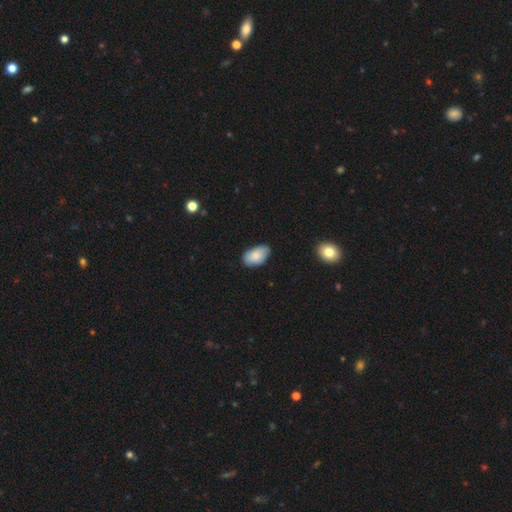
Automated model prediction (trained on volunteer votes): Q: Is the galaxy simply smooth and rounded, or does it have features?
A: smooth — 82%.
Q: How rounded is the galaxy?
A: in between — 94%.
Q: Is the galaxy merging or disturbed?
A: none — 76%.